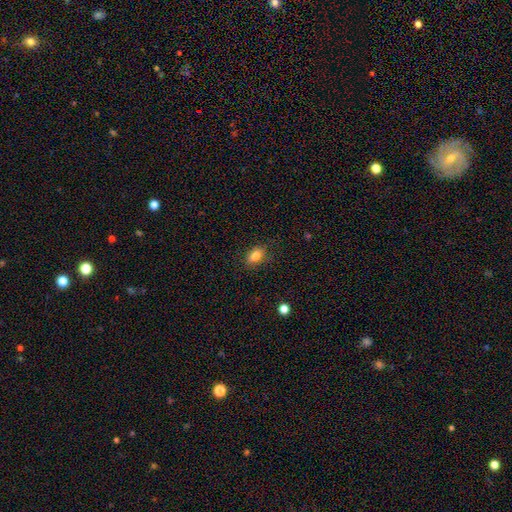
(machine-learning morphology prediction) smooth_or_featured: smooth (p=0.83) [alt: star or artifact p=0.09]
how_rounded: in between (p=0.84) [alt: round p=0.13]
merging: none (p=0.84) [alt: minor disturbance p=0.12]